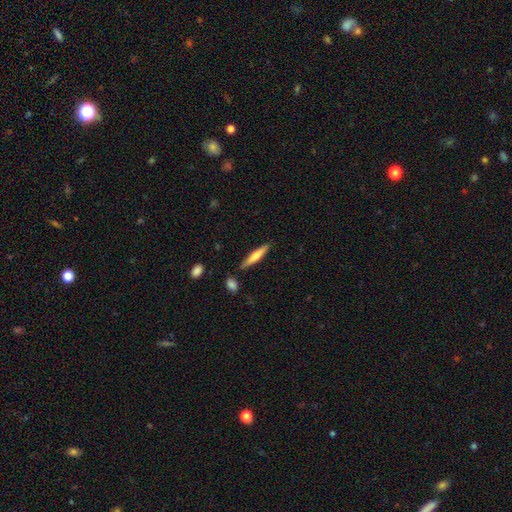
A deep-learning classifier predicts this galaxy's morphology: type=smooth (65%); roundness=cigar-shaped (89%); merging=none (85%).